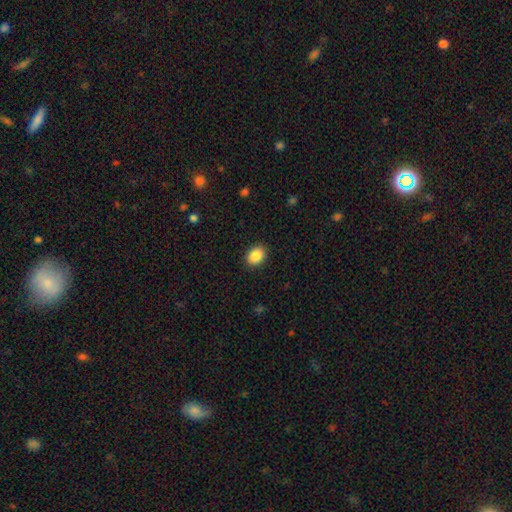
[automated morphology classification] Q: Smooth or featured?
A: smooth (88%); runner-up: star or artifact (8%)
Q: How rounded?
A: in between (69%); runner-up: round (31%)
Q: Merging?
A: none (90%); runner-up: minor disturbance (7%)